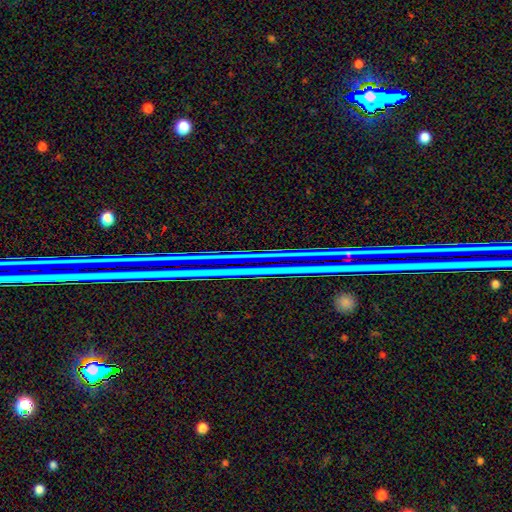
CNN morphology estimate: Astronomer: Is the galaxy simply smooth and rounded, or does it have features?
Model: star or artifact — 75%.